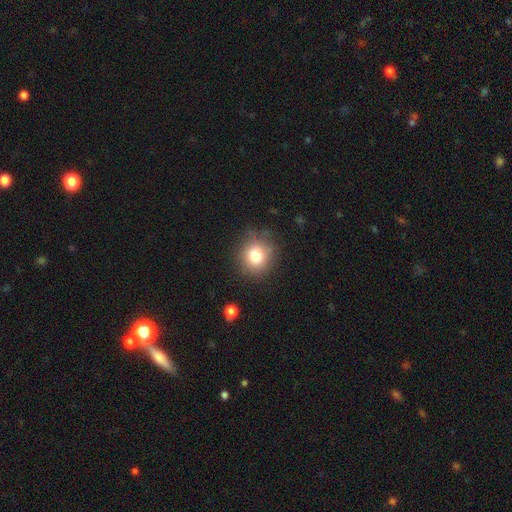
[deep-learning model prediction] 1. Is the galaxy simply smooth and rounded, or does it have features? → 79% smooth, 12% star or artifact, 9% featured or disk.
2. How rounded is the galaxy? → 83% round, 16% in between, 1% cigar-shaped.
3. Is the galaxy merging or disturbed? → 80% none, 14% minor disturbance, 4% major disturbance, 2% merger.